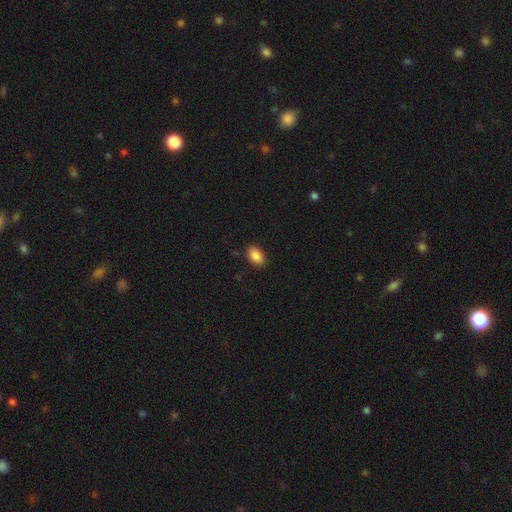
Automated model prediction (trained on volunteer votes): The model was most divided on "merging": none: 88%, minor disturbance: 9%, major disturbance: 2%, merger: 1%. More confident: how rounded — in between (92%); smooth or featured — smooth (88%).